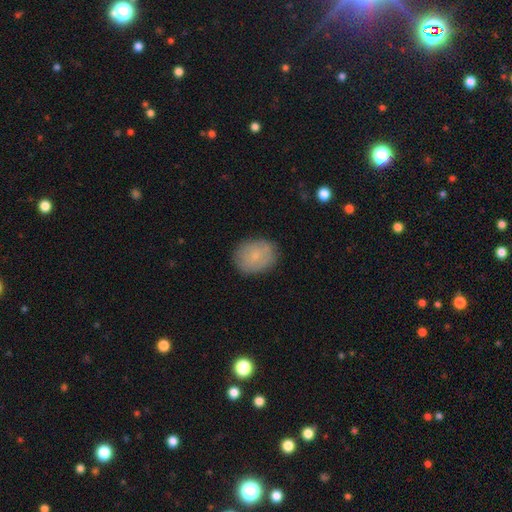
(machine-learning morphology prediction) smooth-or-featured: smooth: 71% | featured or disk: 22% | star or artifact: 7%
  how-rounded: in between: 54% | round: 45% | cigar-shaped: 1%
  merging: none: 82% | minor disturbance: 13% | major disturbance: 3% | merger: 1%